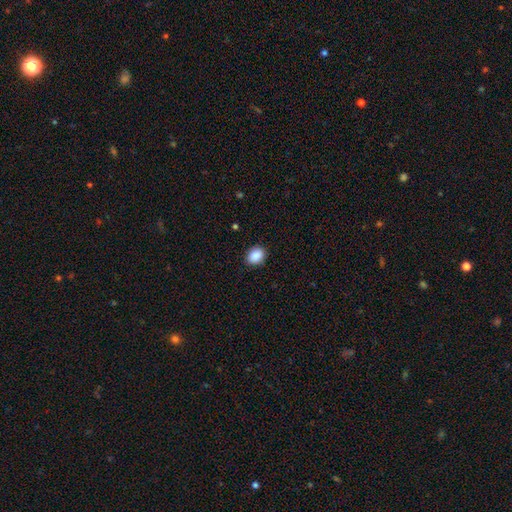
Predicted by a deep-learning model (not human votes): Smooth or featured?
  - smooth: 89% *
  - star or artifact: 8%
  - featured or disk: 3%
How rounded?
  - in between: 57% *
  - round: 42%
  - cigar-shaped: 1%
Merging?
  - none: 87% *
  - minor disturbance: 10%
  - major disturbance: 2%
  - merger: 1%